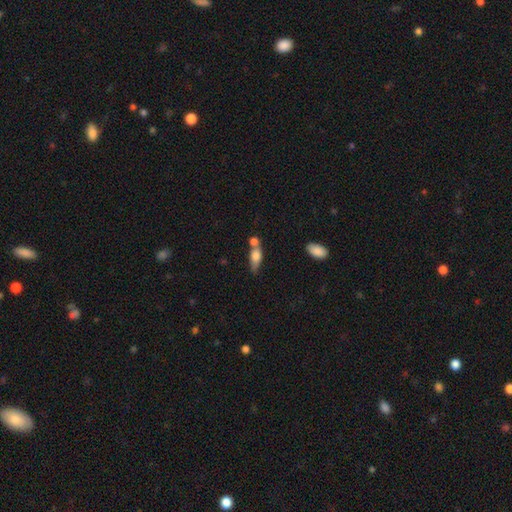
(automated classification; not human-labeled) The model was most divided on "merging": none: 38%, merger: 37%, minor disturbance: 17%, major disturbance: 8%. More confident: smooth or featured — smooth (70%); how rounded — in between (64%).